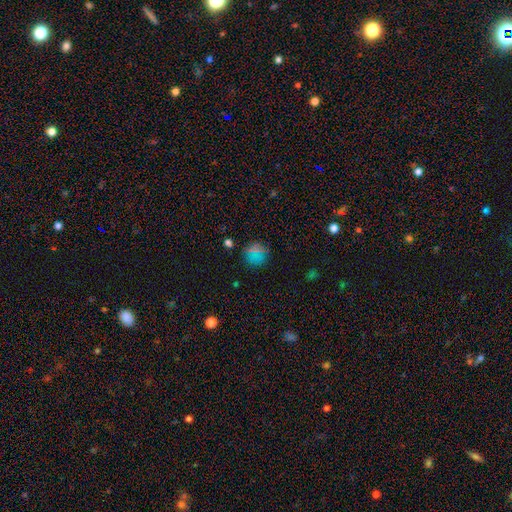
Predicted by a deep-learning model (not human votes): Morphology: type=smooth (67%); roundness=round (90%); merging=none (85%).